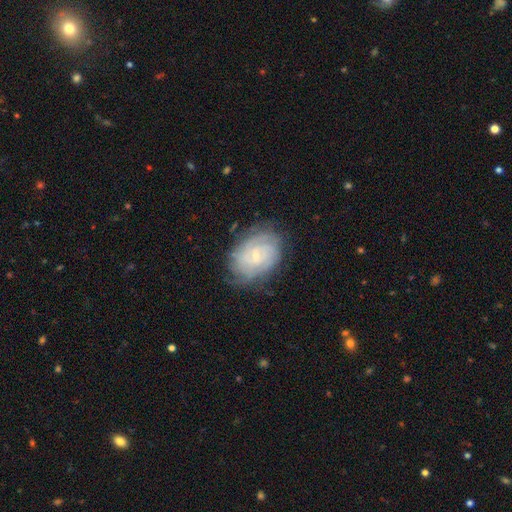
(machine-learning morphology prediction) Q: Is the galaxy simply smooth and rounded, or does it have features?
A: featured or disk — 69%.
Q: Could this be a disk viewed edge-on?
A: no — 97%.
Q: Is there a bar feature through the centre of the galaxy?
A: no — 54%.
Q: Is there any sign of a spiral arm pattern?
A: yes — 90%.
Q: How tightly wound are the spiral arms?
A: tight — 69%.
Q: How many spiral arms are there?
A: can't tell — 51%.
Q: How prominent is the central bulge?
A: small — 71%.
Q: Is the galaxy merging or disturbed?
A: none — 72%.